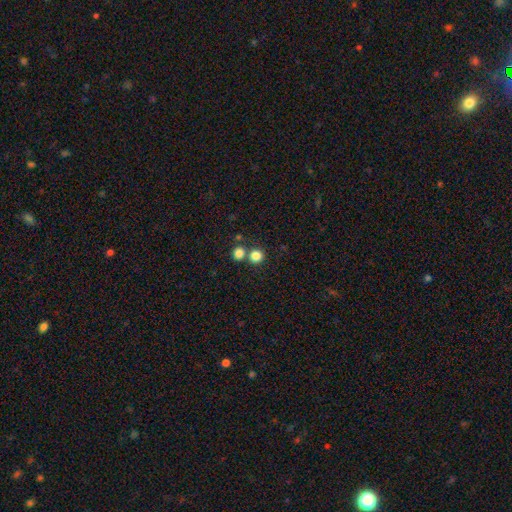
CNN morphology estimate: Smooth or featured: smooth — 83% (star or artifact — 12%)
How rounded: round — 90% (in between — 9%)
Merging: none — 65% (merger — 26%)